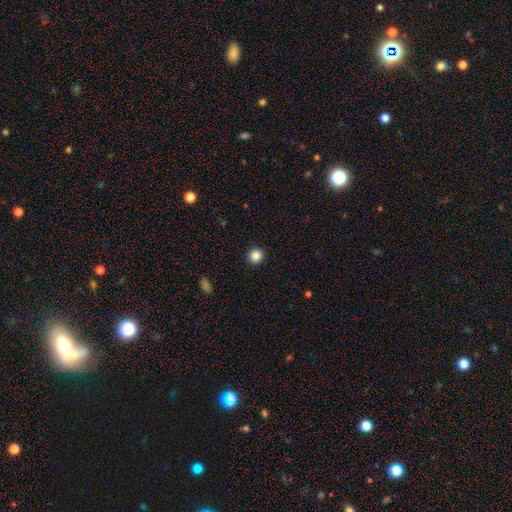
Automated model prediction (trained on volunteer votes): Morphology: type=smooth (86%); roundness=round (92%); merging=none (93%).